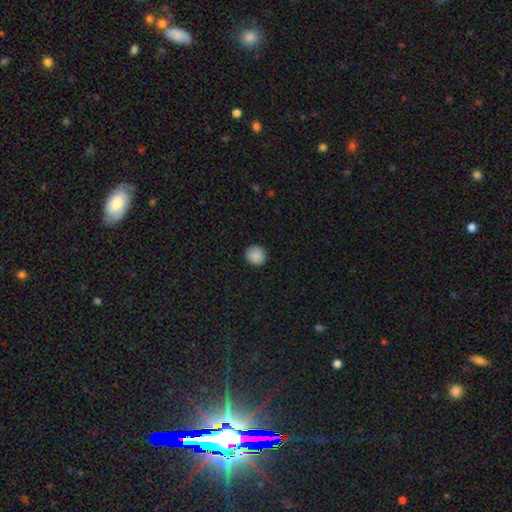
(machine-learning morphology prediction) A smooth galaxy with no disk features (88%) that is round (91%). Merging: none (89%).